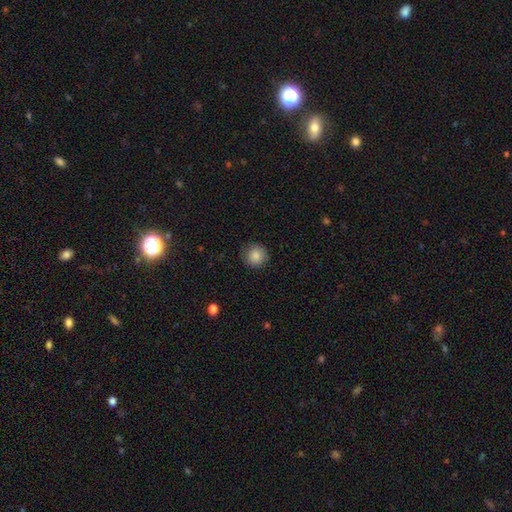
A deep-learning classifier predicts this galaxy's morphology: Smooth or featured: smooth — 87% (star or artifact — 9%)
How rounded: round — 94% (in between — 5%)
Merging: none — 89% (minor disturbance — 8%)